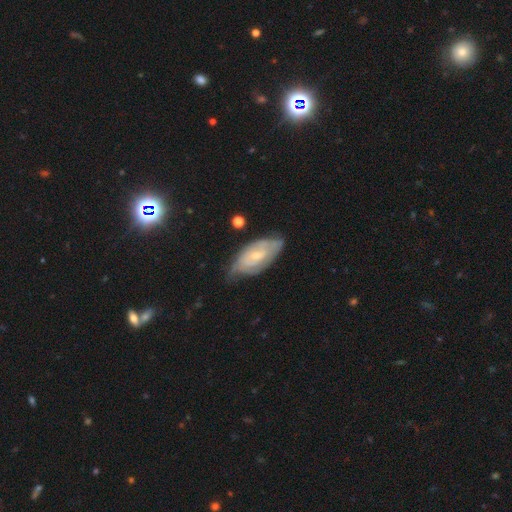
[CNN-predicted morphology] type=featured or disk (62%); edge-on=no (90%); bar=no (60%); spiral arms=yes (74%); bulge=small (58%); merging=none (55%).